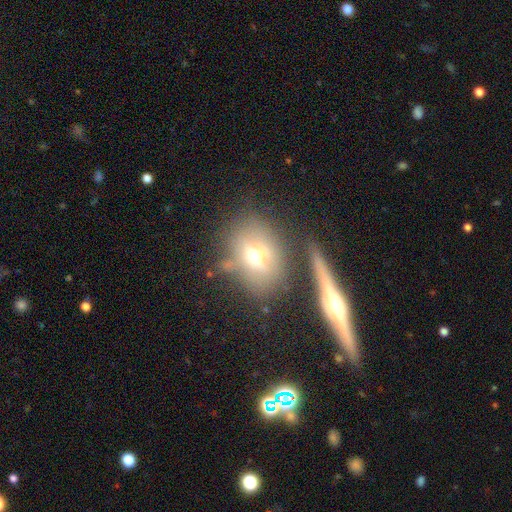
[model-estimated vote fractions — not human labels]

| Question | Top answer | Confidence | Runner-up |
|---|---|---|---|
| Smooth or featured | smooth | 50% | featured or disk (37%) |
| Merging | none | 60% | minor disturbance (16%) |